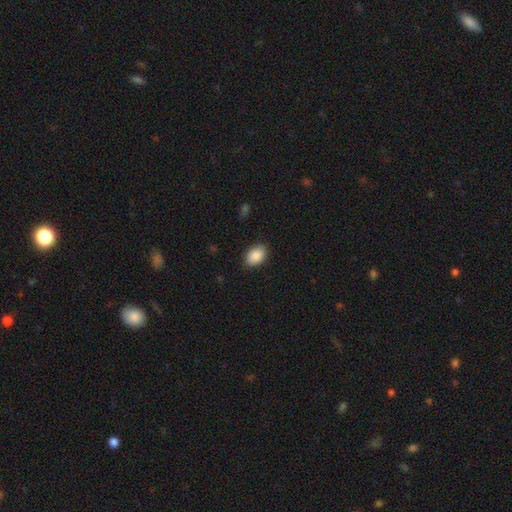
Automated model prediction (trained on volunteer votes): Q: Smooth or featured?
A: smooth (89%); runner-up: star or artifact (7%)
Q: How rounded?
A: in between (86%); runner-up: round (13%)
Q: Merging?
A: none (87%); runner-up: minor disturbance (10%)